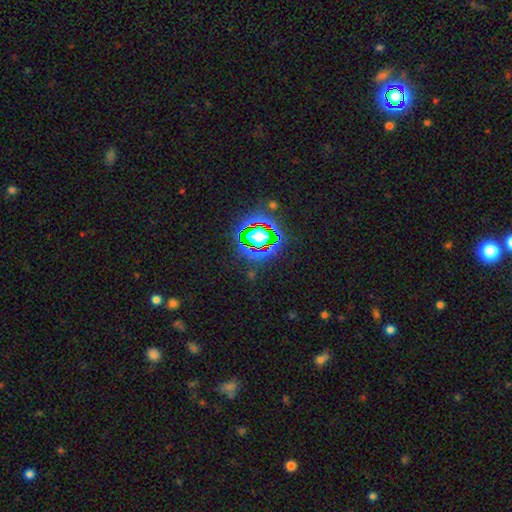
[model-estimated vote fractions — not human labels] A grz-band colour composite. It shows a star or artifact, not a galaxy (75%).